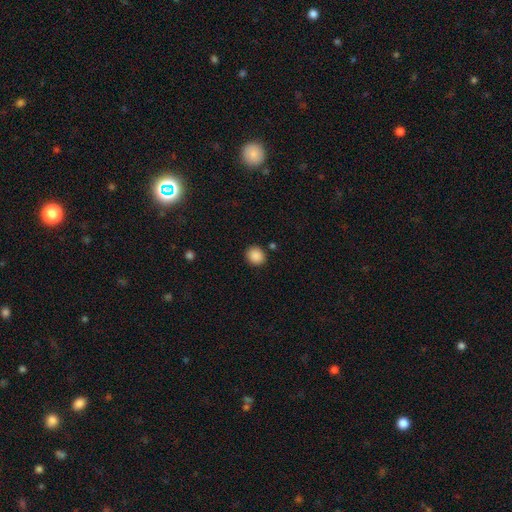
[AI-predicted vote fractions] Smooth or featured?
  - smooth: 88% *
  - star or artifact: 9%
  - featured or disk: 3%
How rounded?
  - round: 82% *
  - in between: 17%
  - cigar-shaped: 1%
Merging?
  - none: 88% *
  - minor disturbance: 7%
  - merger: 3%
  - major disturbance: 2%